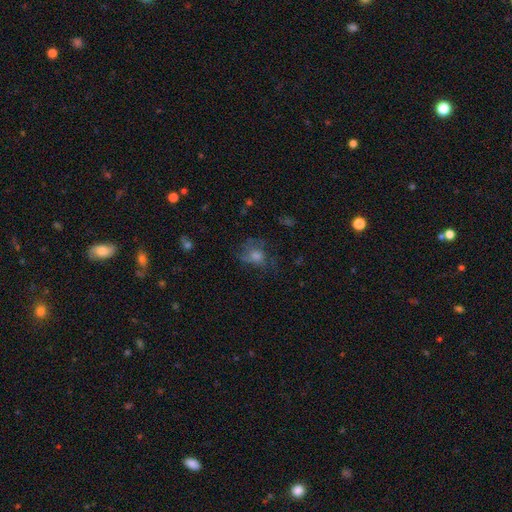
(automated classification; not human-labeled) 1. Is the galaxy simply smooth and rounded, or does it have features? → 40% featured or disk, 39% smooth, 21% star or artifact.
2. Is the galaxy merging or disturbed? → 52% none, 25% major disturbance, 20% minor disturbance, 2% merger.